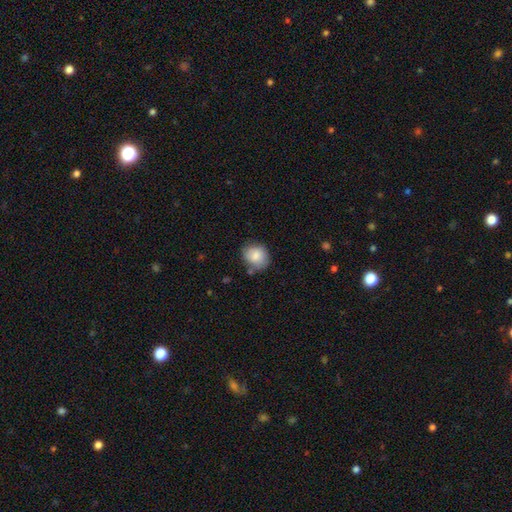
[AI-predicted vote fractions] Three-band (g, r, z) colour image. It shows a smooth galaxy with no disk features (83%) that is round (63%). Merging: none (69%).